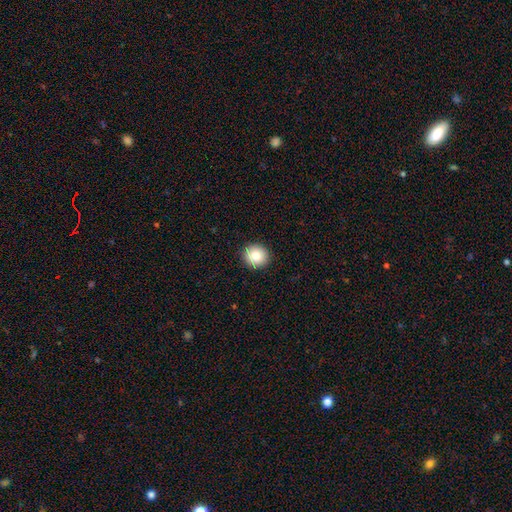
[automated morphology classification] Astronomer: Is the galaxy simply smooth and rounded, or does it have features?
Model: smooth — 84%.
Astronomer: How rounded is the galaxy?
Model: round — 92%.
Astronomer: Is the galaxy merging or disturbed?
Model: none — 92%.